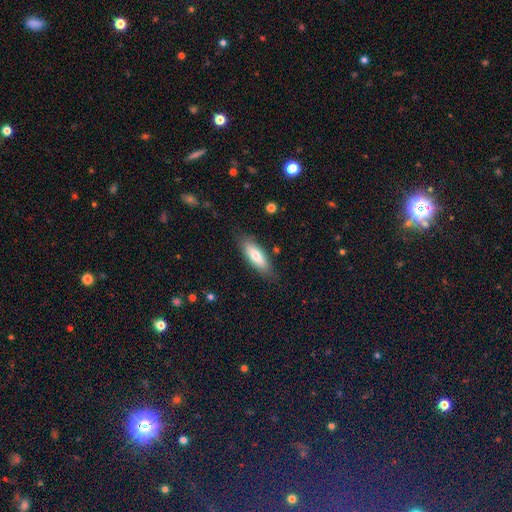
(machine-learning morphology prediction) This is likely a smooth galaxy (70%). How rounded: likely in between (61%). Merging: clearly none (82%).